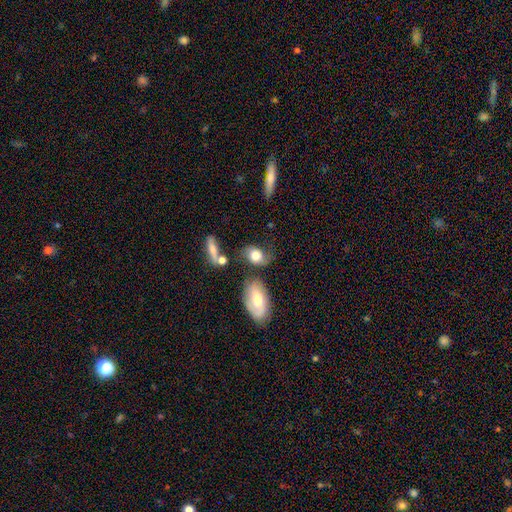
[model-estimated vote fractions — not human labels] A smooth galaxy with no disk features (67%) that is in between round and cigar-shaped (73%). Merging: none (50%).